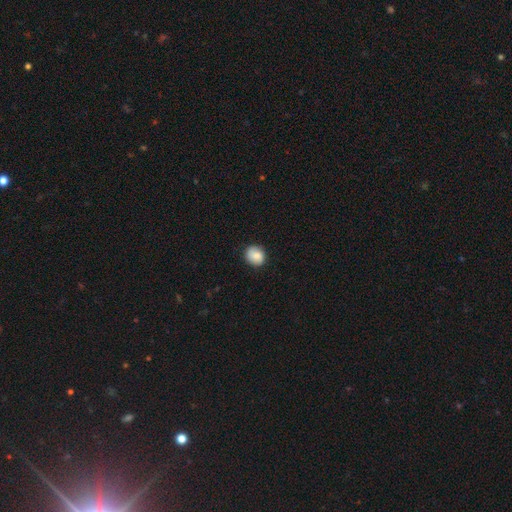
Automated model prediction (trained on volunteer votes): smooth-or-featured: smooth: 81% | featured or disk: 12% | star or artifact: 8%
  how-rounded: round: 78% | in between: 21% | cigar-shaped: 1%
  merging: none: 86% | minor disturbance: 11% | major disturbance: 2% | merger: 1%